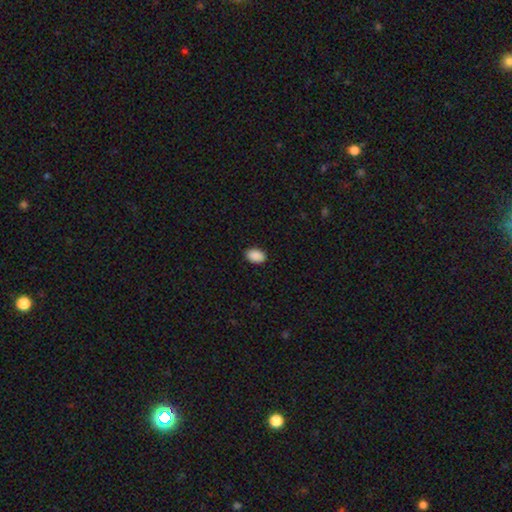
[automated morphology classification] A smooth galaxy with no disk features (90%) that is in between round and cigar-shaped (89%).

Vote fractions:
- Smooth or featured? smooth: 90% / star or artifact: 7% / featured or disk: 2%
- How rounded? in between: 89% / round: 10% / cigar-shaped: 1%
- Merging? none: 89% / minor disturbance: 8% / major disturbance: 2% / merger: 1%